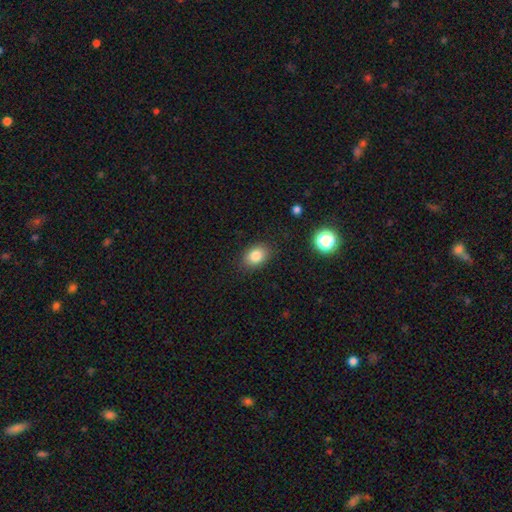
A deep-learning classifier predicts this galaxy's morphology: Q: Smooth or featured?
A: smooth (83%); runner-up: star or artifact (10%)
Q: How rounded?
A: in between (74%); runner-up: round (25%)
Q: Merging?
A: none (86%); runner-up: minor disturbance (10%)